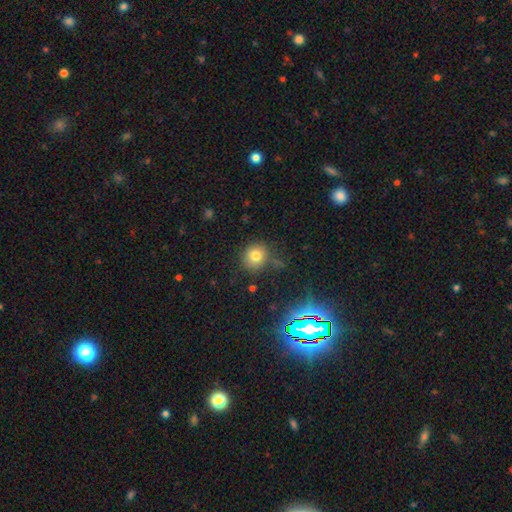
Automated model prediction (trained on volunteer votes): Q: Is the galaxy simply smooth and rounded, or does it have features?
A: smooth — 75%.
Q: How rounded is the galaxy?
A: round — 86%.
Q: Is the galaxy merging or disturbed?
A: none — 77%.